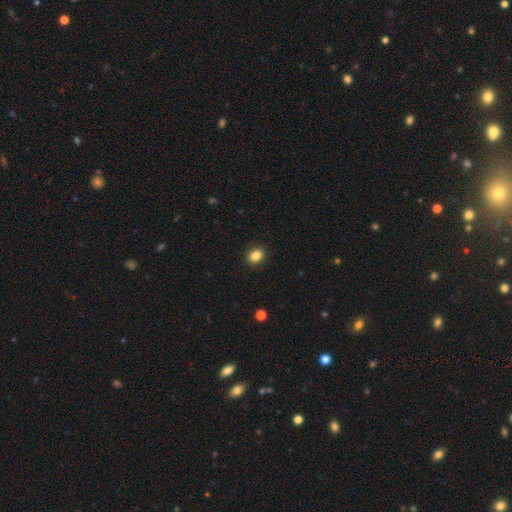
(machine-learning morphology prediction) Overall: smooth (85%). How rounded: round (60%; in between 40%). Merging: none (91%).